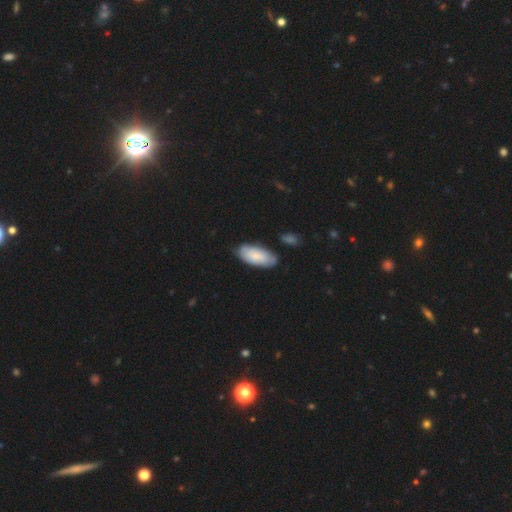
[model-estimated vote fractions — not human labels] This is likely a smooth galaxy (70%). How rounded: clearly in between (89%). Merging: likely none (72%).